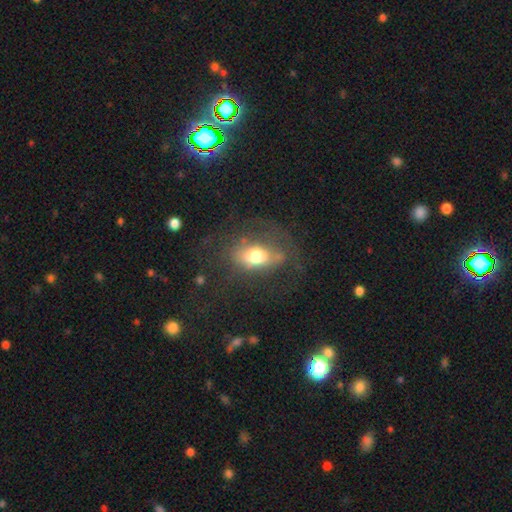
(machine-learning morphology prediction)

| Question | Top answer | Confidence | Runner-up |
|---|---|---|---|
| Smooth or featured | smooth | 55% | featured or disk (33%) |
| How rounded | in between | 77% | round (19%) |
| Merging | none | 53% | major disturbance (24%) |